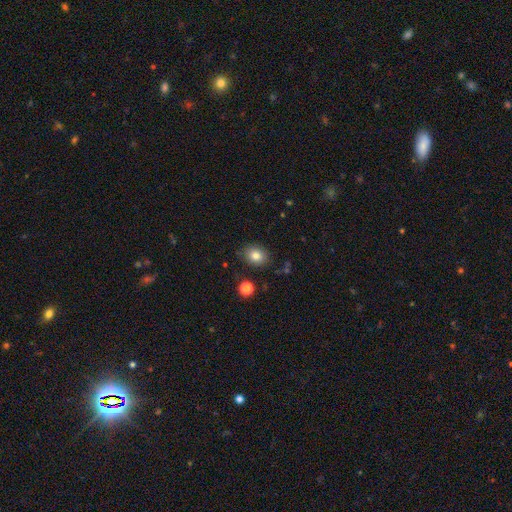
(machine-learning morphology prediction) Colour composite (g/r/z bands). It shows a smooth galaxy with no disk features (82%) that is round (50%). Merging: none (83%).